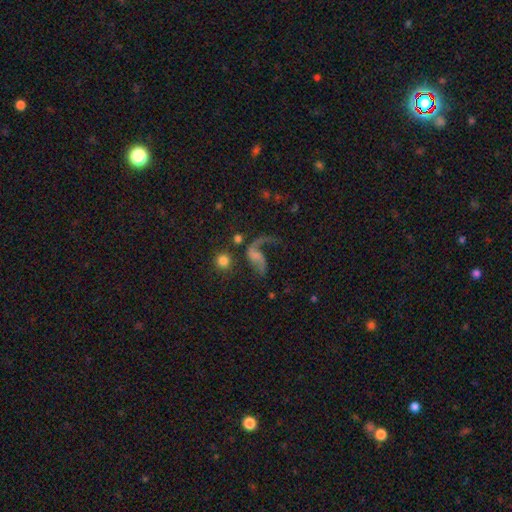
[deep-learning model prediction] Smooth or featured: featured or disk — 70% (smooth — 19%)
Edge-on disk: no — 97% (yes — 3%)
Bar: no — 57% (weak — 31%)
Spiral arms: yes — 86% (no — 14%)
Spiral winding: loose — 86% (medium — 12%)
Spiral arm count: 2 — 60% (1 — 35%)
Bulge size: none — 45% (small — 34%)
Merging: major disturbance — 40% (none — 34%)